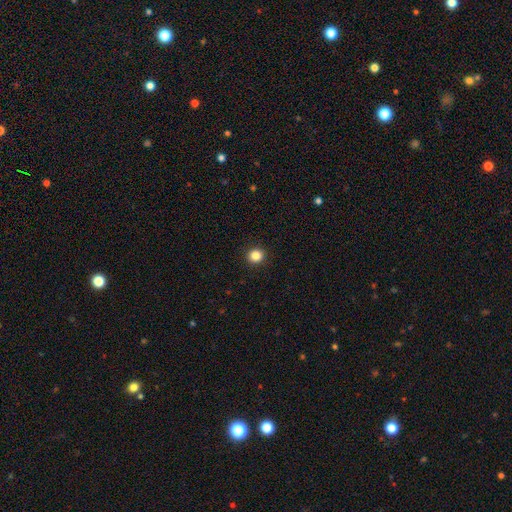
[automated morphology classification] smooth_or_featured: smooth (p=0.85) [alt: star or artifact p=0.11]
how_rounded: round (p=0.92) [alt: in between p=0.07]
merging: none (p=0.93) [alt: minor disturbance p=0.04]